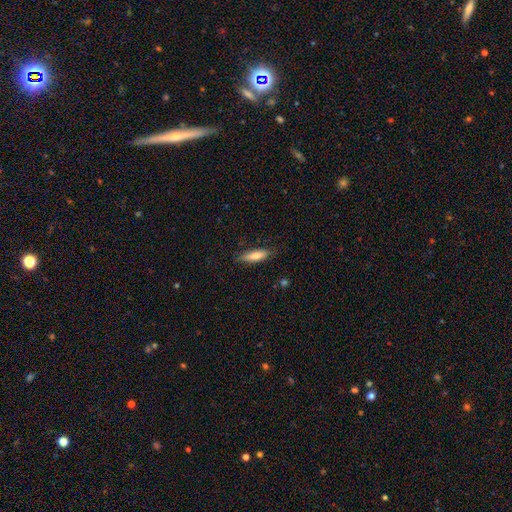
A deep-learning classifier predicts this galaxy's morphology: This appears to be a smooth galaxy with no disk features (74%) that is cigar-shaped (66%). Merging: none (82%).